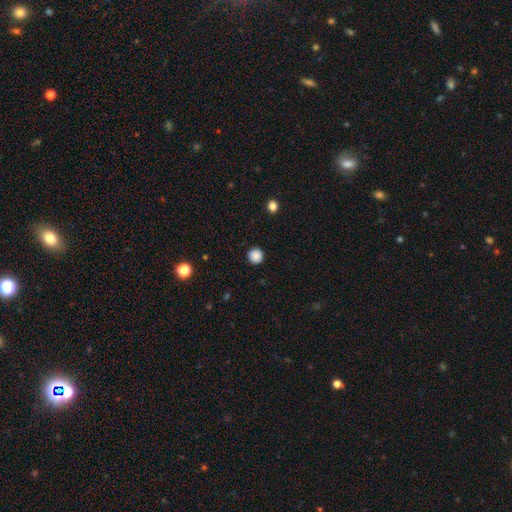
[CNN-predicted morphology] The model was most divided on "smooth or featured": smooth: 88%, star or artifact: 10%, featured or disk: 3%. More confident: how rounded — round (95%); merging — none (92%).